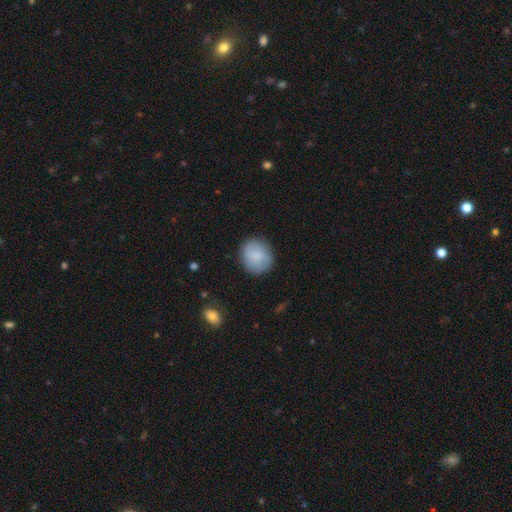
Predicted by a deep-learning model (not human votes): Q: Smooth or featured?
A: smooth (84%); runner-up: featured or disk (10%)
Q: How rounded?
A: round (83%); runner-up: in between (16%)
Q: Merging?
A: none (85%); runner-up: minor disturbance (11%)